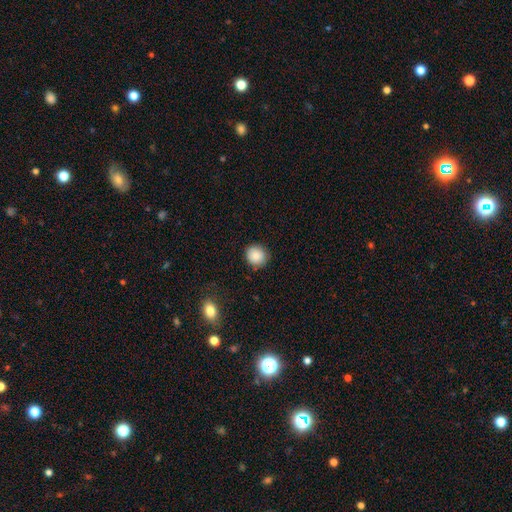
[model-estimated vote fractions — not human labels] Smooth or featured? Predicted: smooth (p=0.85). How rounded? Predicted: round (p=0.88). Merging? Predicted: none (p=0.86).